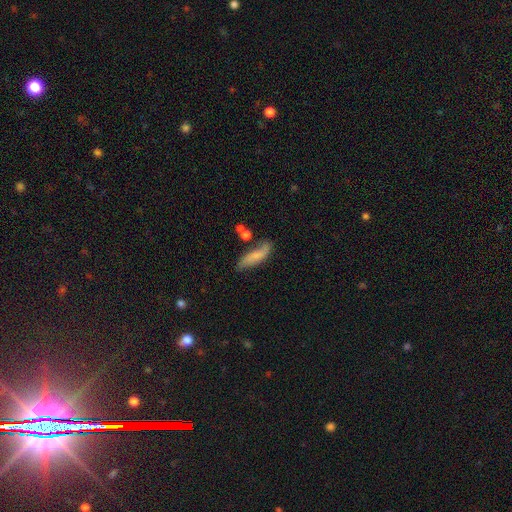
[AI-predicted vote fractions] This is possibly a smooth galaxy (54%). How rounded: possibly cigar-shaped (56%). Merging: possibly none (58%).